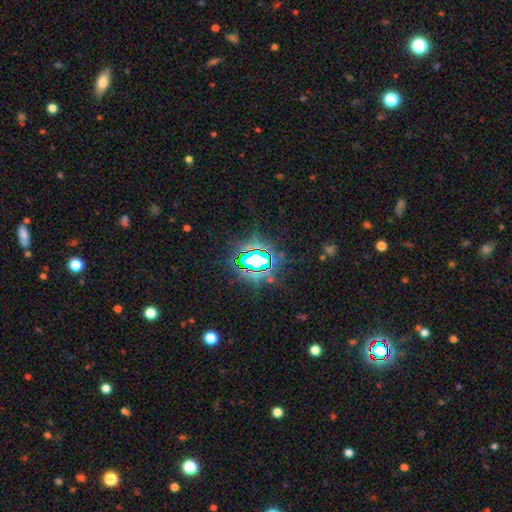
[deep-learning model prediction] A star or artifact, not a galaxy (80%).